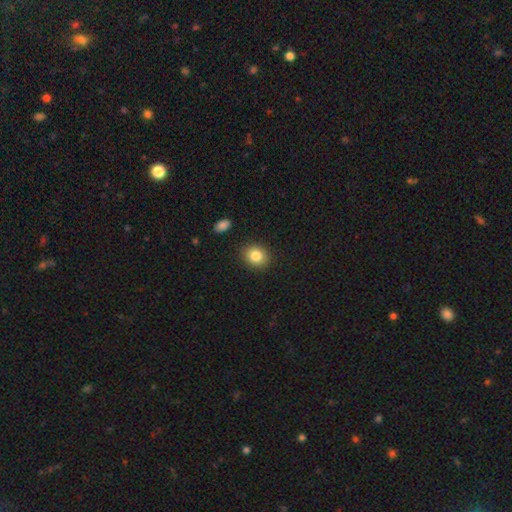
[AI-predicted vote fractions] Smooth or featured?
  - smooth: 83% *
  - star or artifact: 9%
  - featured or disk: 7%
How rounded?
  - round: 66% *
  - in between: 33%
  - cigar-shaped: 1%
Merging?
  - none: 89% *
  - minor disturbance: 7%
  - major disturbance: 2%
  - merger: 2%